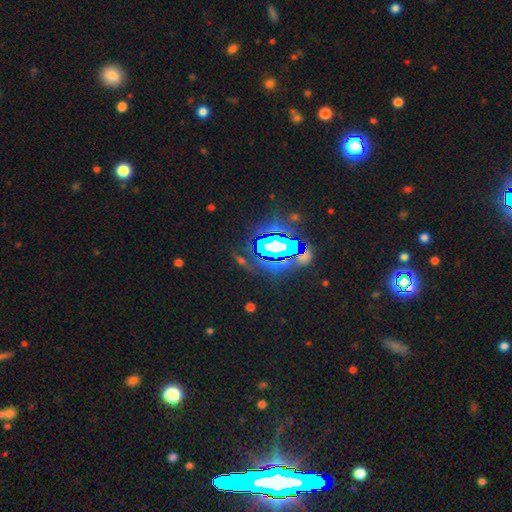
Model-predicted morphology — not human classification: Smooth or featured?
  - star or artifact: 71% *
  - featured or disk: 16%
  - smooth: 13%